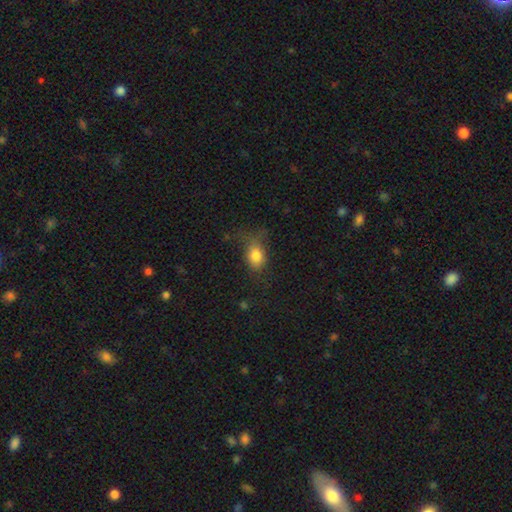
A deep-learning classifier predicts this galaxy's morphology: Smooth or featured?
  - smooth: 80% *
  - star or artifact: 10%
  - featured or disk: 9%
How rounded?
  - in between: 72% *
  - round: 26%
  - cigar-shaped: 2%
Merging?
  - none: 51% *
  - minor disturbance: 29%
  - major disturbance: 19%
  - merger: 2%